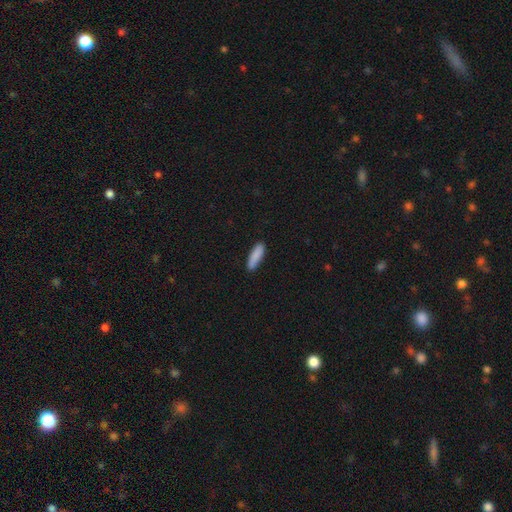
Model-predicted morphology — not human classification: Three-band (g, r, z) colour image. It shows a smooth galaxy with no disk features (89%) that is cigar-shaped (64%). Merging: none (86%).